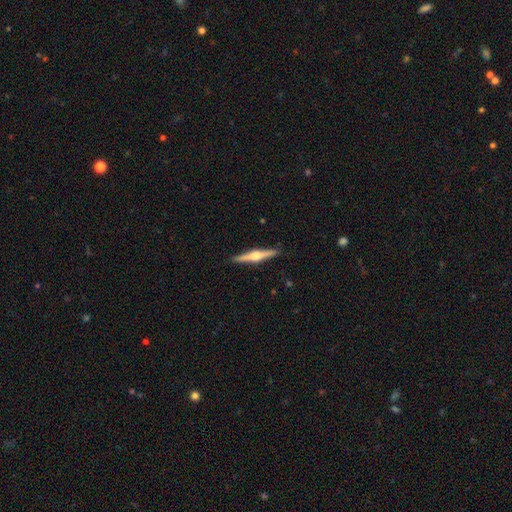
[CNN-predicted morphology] smooth-or-featured: featured or disk: 75% | smooth: 20% | star or artifact: 5%
  disk-edge-on: yes: 98% | no: 2%
    edge-on-bulge: rounded: 92% | boxy: 5% | none: 3%
  merging: none: 92% | minor disturbance: 6% | major disturbance: 1% | merger: 1%